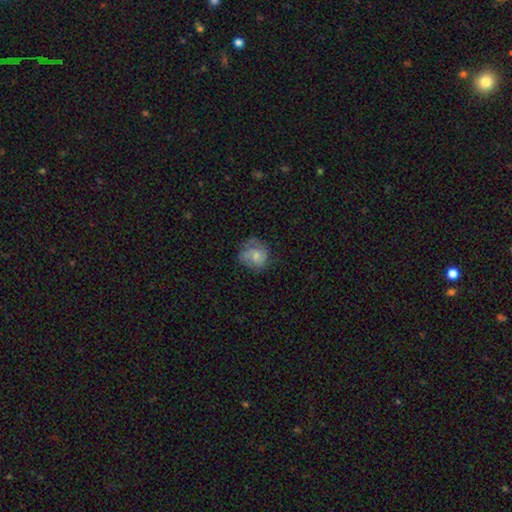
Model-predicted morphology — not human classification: smooth-or-featured: featured or disk: 46% (tied) | smooth: 46% (tied) | star or artifact: 8%
  merging: none: 59% | minor disturbance: 25% | major disturbance: 14% | merger: 2%